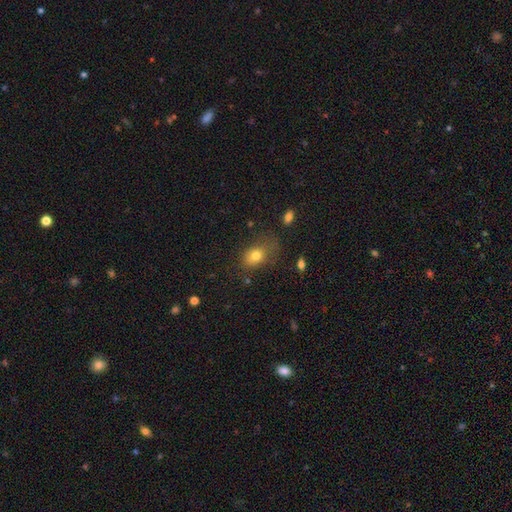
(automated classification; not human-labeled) This is likely a smooth galaxy (77%). How rounded: likely in between (69%). Merging: possibly none (53%).